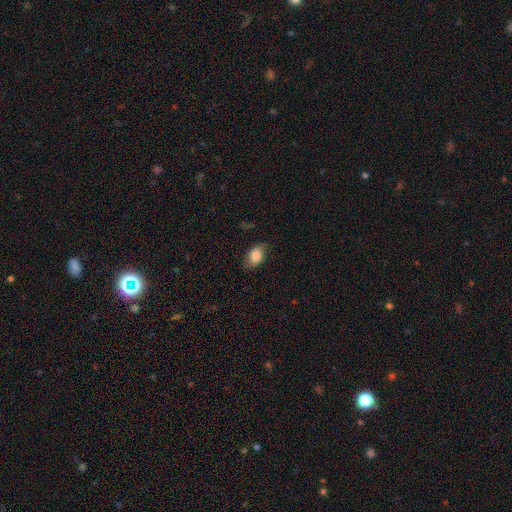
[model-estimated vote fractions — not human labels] smooth 76%, featured or disk 15%, star or artifact 9%. Down the decision tree: how rounded — in between (79%); merging — none (69%).